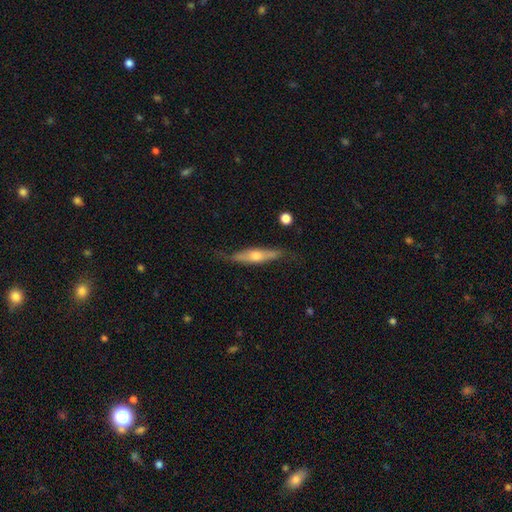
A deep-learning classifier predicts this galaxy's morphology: Smooth or featured: featured or disk — 62% (smooth — 32%)
Edge-on disk: yes — 84% (no — 16%)
Edge-on bulge: rounded — 88% (none — 7%)
Merging: none — 71% (minor disturbance — 21%)